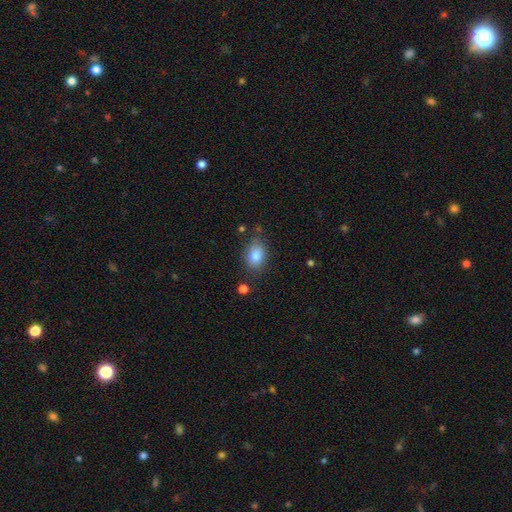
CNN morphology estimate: Smooth or featured? smooth (84%)
How rounded? in between (74%)
Merging? none (77%)